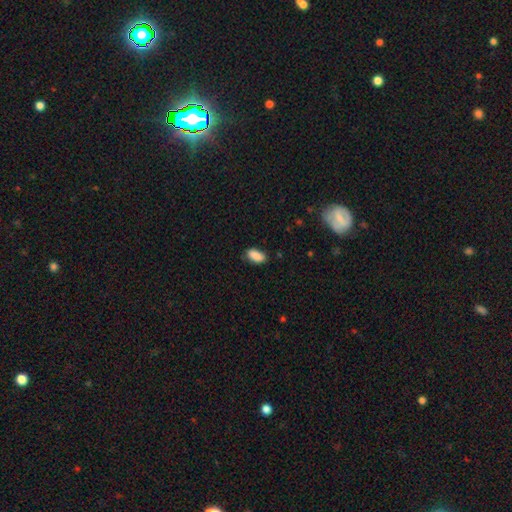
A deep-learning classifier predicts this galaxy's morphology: Overall: smooth (89%). How rounded: in between (90%). Merging: none (79%).